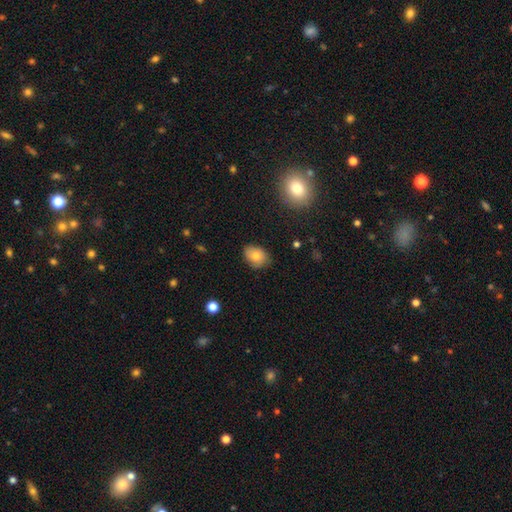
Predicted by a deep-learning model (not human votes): A smooth galaxy with no disk features (75%) that is in between round and cigar-shaped (65%). Merging: none (75%).